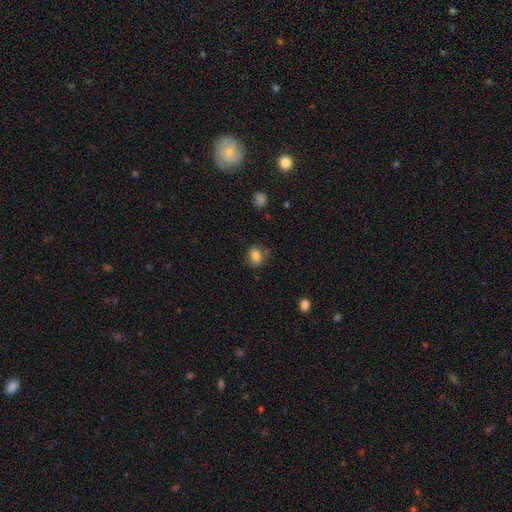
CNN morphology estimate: Q: Smooth or featured?
A: smooth (82%); runner-up: star or artifact (10%)
Q: How rounded?
A: in between (62%); runner-up: round (37%)
Q: Merging?
A: none (67%); runner-up: minor disturbance (21%)